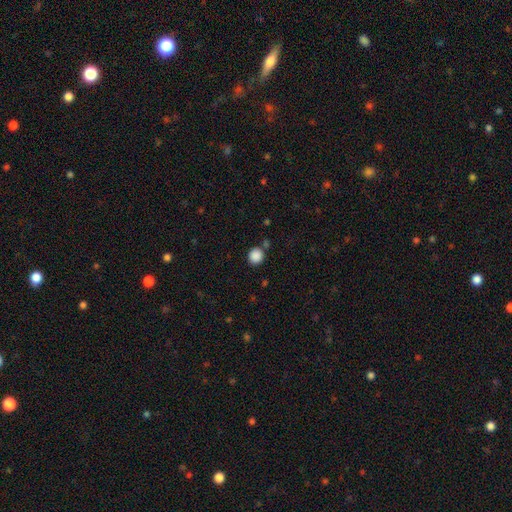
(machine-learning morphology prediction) Overall: smooth (88%). How rounded: round (86%). Merging: none (81%).